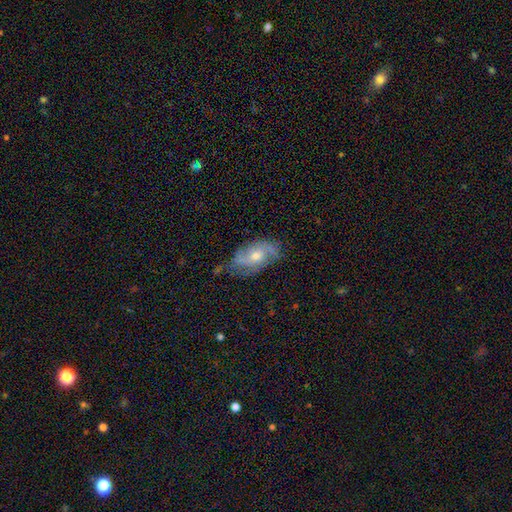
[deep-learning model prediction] featured or disk 72%, smooth 20%, star or artifact 7%. Down the decision tree: edge-on disk — no (94%); bar — no (67%); spiral arms — yes (91%); spiral arm count — 2 (64%); spiral winding — medium (46%); bulge size — moderate (61%); merging — none (66%).